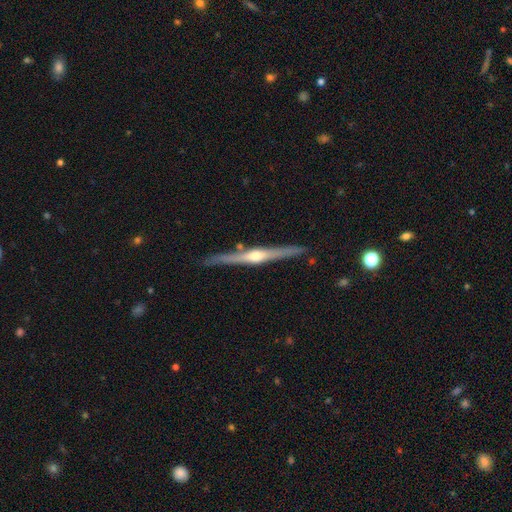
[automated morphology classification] Smooth or featured? featured or disk (79%)
Edge-on disk? yes (98%)
Edge-on bulge? rounded (91%)
Merging? none (86%)